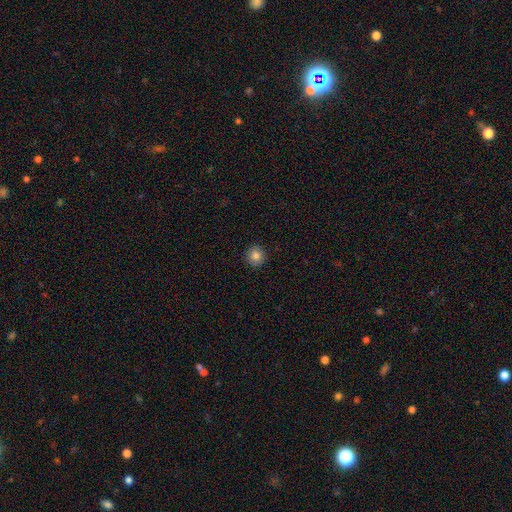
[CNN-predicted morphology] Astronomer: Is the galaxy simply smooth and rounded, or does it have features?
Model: smooth — 84%.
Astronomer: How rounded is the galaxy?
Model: round — 95%.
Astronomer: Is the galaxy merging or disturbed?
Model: none — 92%.